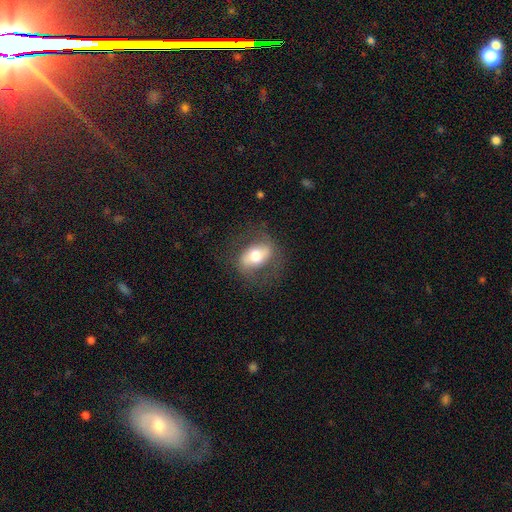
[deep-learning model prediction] Smooth or featured? Predicted: smooth (p=0.52). How rounded? Predicted: in between (p=0.78). Merging? Predicted: none (p=0.71).